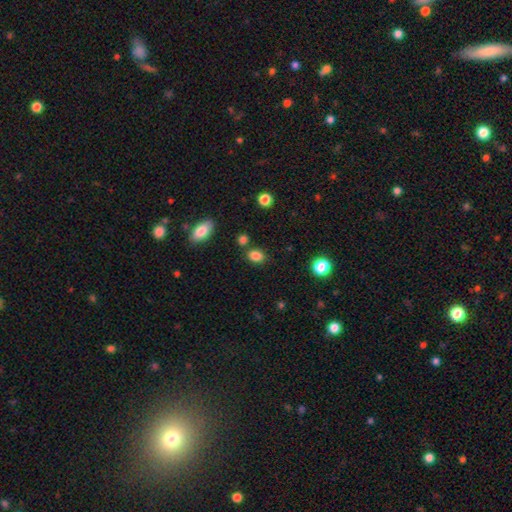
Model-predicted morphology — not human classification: Smooth or featured?
  - smooth: 85% *
  - star or artifact: 11%
  - featured or disk: 4%
How rounded?
  - in between: 68% *
  - round: 31%
  - cigar-shaped: 1%
Merging?
  - none: 77% *
  - minor disturbance: 12%
  - merger: 8%
  - major disturbance: 3%